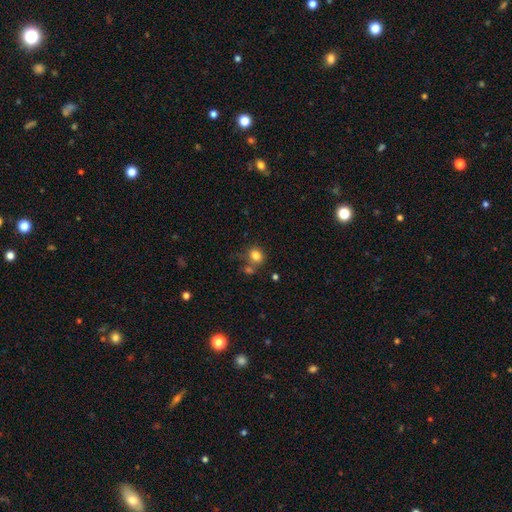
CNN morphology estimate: Smooth or featured? smooth (81%)
How rounded? round (56%)
Merging? none (56%)